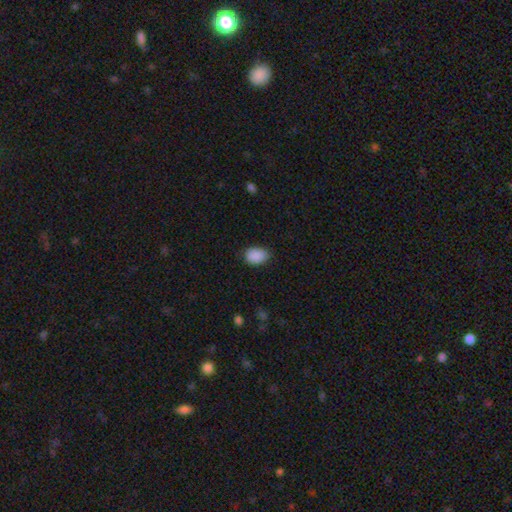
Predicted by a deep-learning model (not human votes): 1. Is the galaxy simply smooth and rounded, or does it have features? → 90% smooth, 8% star or artifact, 3% featured or disk.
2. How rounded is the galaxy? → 82% in between, 17% round, 1% cigar-shaped.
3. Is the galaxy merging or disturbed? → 79% none, 17% minor disturbance, 3% major disturbance, 1% merger.